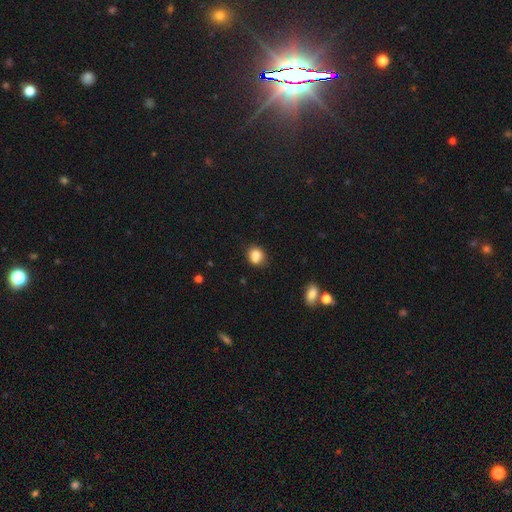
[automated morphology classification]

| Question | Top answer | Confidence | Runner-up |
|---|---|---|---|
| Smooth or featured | smooth | 83% | star or artifact (10%) |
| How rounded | round | 61% | in between (38%) |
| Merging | none | 65% | minor disturbance (21%) |